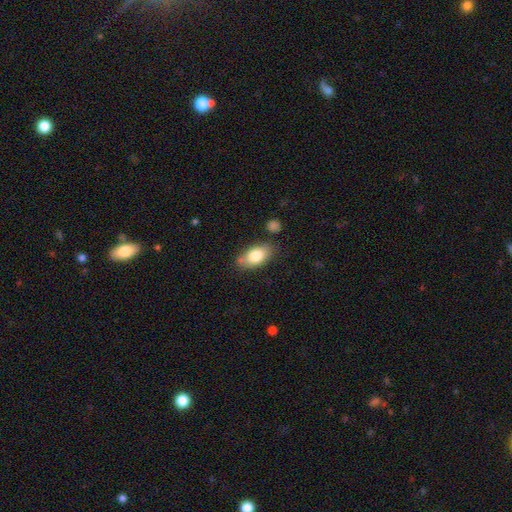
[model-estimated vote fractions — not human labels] smooth_or_featured: smooth (p=0.81) [alt: featured or disk p=0.13]
how_rounded: in between (p=0.90) [alt: round p=0.06]
merging: none (p=0.74) [alt: minor disturbance p=0.17]